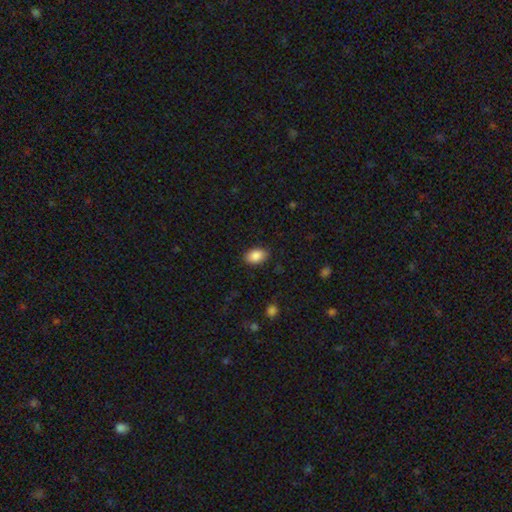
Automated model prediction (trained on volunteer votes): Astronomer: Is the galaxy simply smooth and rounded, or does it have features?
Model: smooth — 88%.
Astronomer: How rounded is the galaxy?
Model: in between — 89%.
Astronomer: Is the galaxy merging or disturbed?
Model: none — 87%.